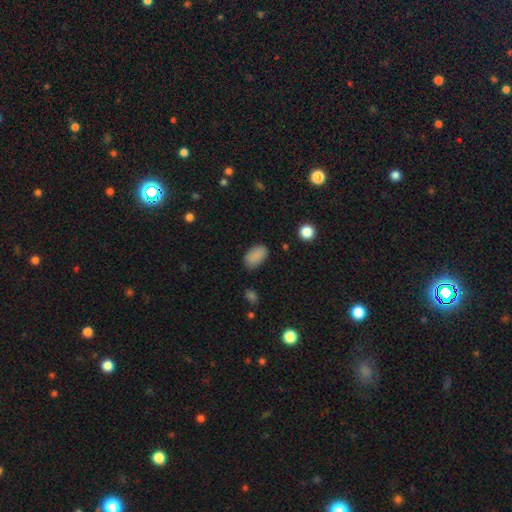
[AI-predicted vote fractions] This is clearly a smooth galaxy (88%). How rounded: clearly in between (93%). Merging: clearly none (81%).